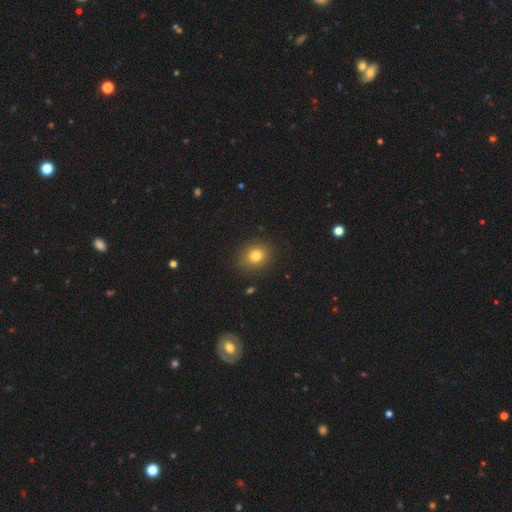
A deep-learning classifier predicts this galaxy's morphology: Q: Smooth or featured?
A: smooth (80%); runner-up: star or artifact (13%)
Q: How rounded?
A: round (72%); runner-up: in between (27%)
Q: Merging?
A: none (87%); runner-up: minor disturbance (9%)